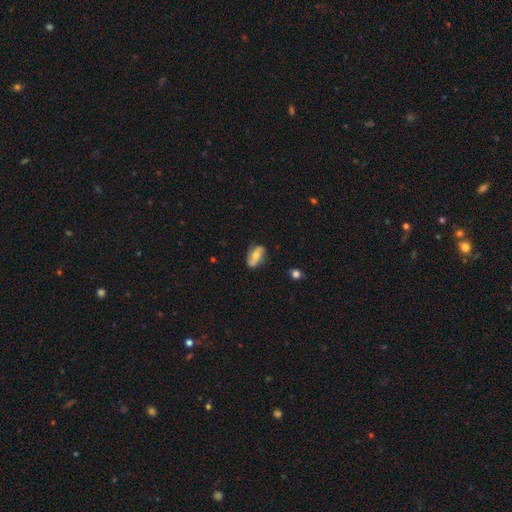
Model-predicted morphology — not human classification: Smooth or featured? featured or disk (55%)
Edge-on disk? no (92%)
Bar? no (55%)
Spiral arms? yes (82%)
Bulge size? moderate (60%)
Merging? none (72%)